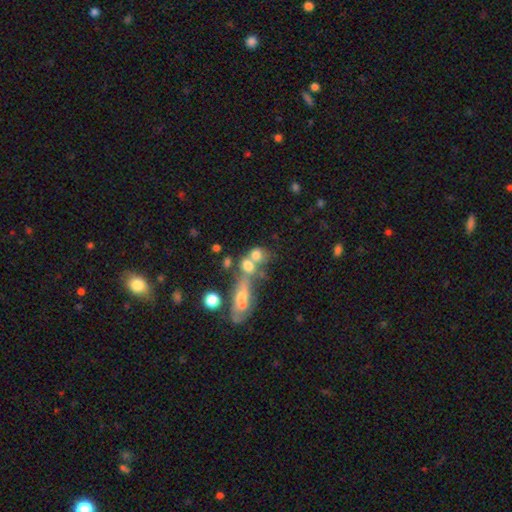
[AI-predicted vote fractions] Morphology: type=smooth (69%); roundness=round (61%); merging=merger (52%).